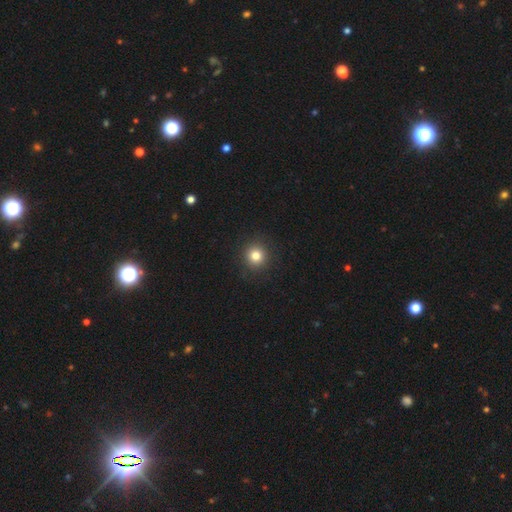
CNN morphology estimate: smooth-or-featured: smooth: 81% | star or artifact: 13% | featured or disk: 6%
  how-rounded: round: 94% | in between: 5% | cigar-shaped: 1%
  merging: none: 92% | minor disturbance: 5% | major disturbance: 2% | merger: 1%